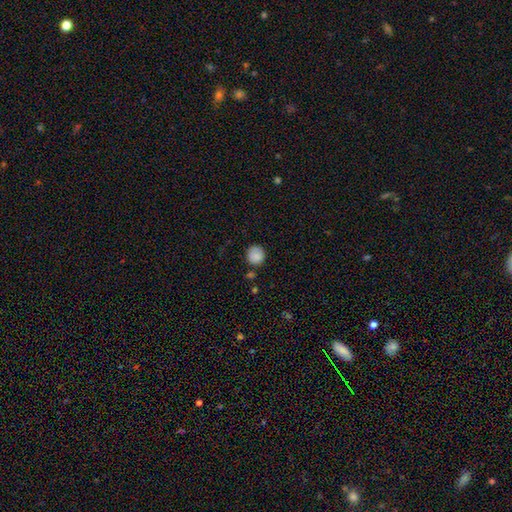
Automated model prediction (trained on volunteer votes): smooth-or-featured: smooth: 87% | star or artifact: 9% | featured or disk: 4%
  how-rounded: round: 90% | in between: 9% | cigar-shaped: 1%
  merging: none: 79% | minor disturbance: 14% | merger: 4% | major disturbance: 3%